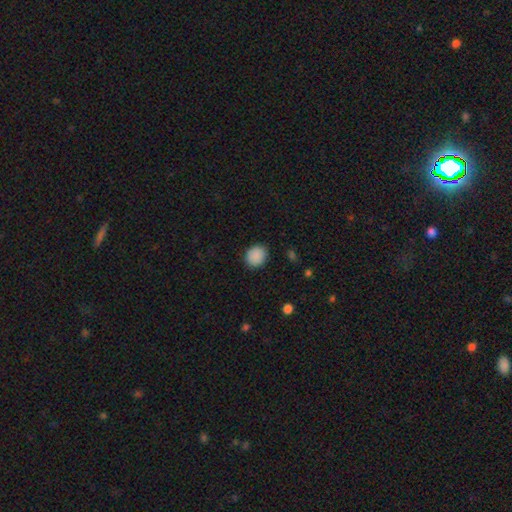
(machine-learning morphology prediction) smooth-or-featured: smooth: 89% | star or artifact: 8% | featured or disk: 3%
  how-rounded: round: 71% | in between: 28% | cigar-shaped: 1%
  merging: none: 87% | minor disturbance: 10% | major disturbance: 3% | merger: 1%